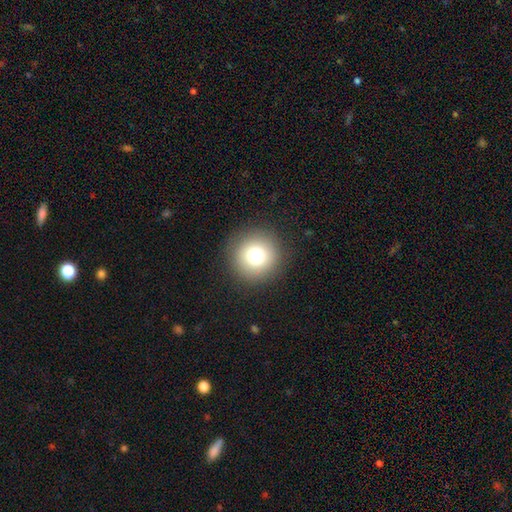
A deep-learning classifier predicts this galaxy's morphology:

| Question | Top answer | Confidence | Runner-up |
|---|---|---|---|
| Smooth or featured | smooth | 77% | star or artifact (13%) |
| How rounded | round | 95% | in between (4%) |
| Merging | none | 91% | minor disturbance (6%) |